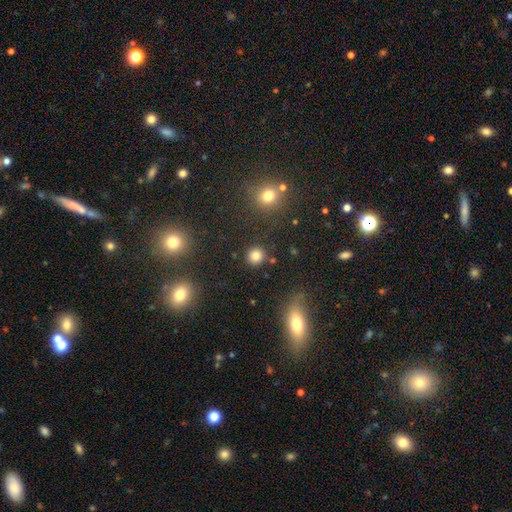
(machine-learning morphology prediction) A smooth galaxy with no disk features (82%) that is round (89%).

Vote fractions:
- Smooth or featured? smooth: 82% / star or artifact: 13% / featured or disk: 5%
- How rounded? round: 89% / in between: 10% / cigar-shaped: 1%
- Merging? none: 87% / minor disturbance: 7% / merger: 3% / major disturbance: 3%